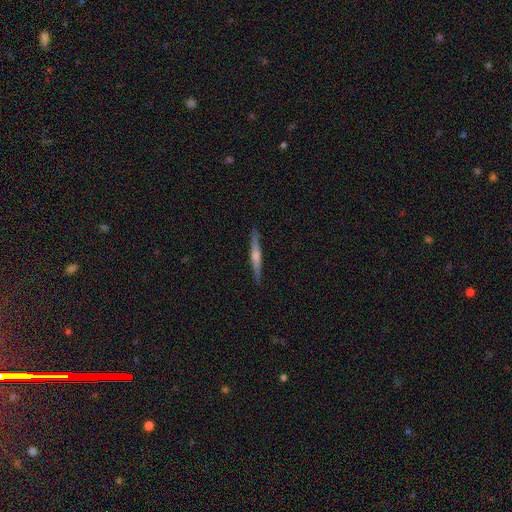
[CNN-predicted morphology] Smooth or featured?
  - featured or disk: 72% *
  - smooth: 22%
  - star or artifact: 6%
Edge-on disk?
  - yes: 98% *
  - no: 2%
Edge-on bulge?
  - rounded: 79% *
  - none: 13%
  - boxy: 8%
Merging?
  - none: 92% *
  - minor disturbance: 6%
  - major disturbance: 1%
  - merger: 1%